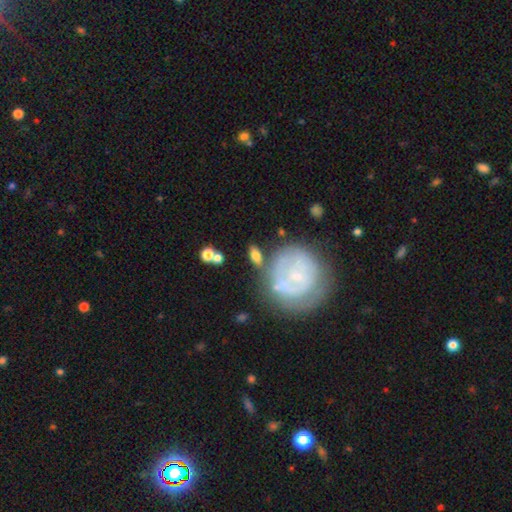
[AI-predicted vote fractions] Q: Smooth or featured?
A: smooth (59%); runner-up: featured or disk (32%)
Q: How rounded?
A: in between (64%); runner-up: round (28%)
Q: Merging?
A: none (68%); runner-up: minor disturbance (16%)